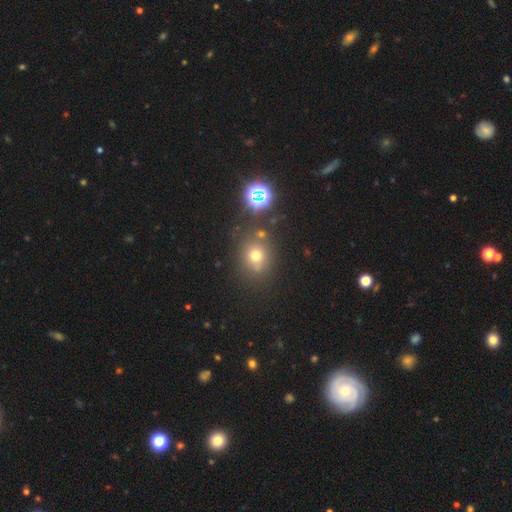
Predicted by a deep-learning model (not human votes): Morphology: type=smooth (65%); roundness=round (72%); merging=none (70%).